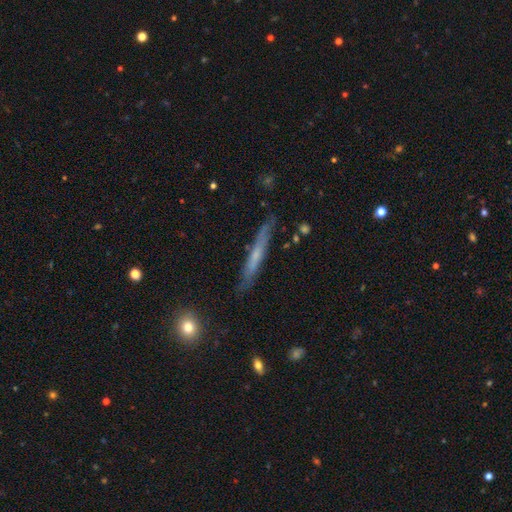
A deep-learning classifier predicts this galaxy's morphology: Smooth or featured? Predicted: featured or disk (p=0.54). Edge-on disk? Predicted: yes (p=0.92). Merging? Predicted: none (p=0.84).